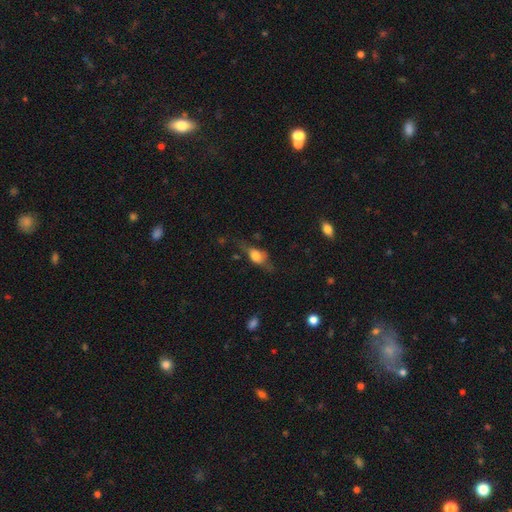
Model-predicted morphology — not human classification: This is possibly a smooth galaxy (59%). How rounded: likely in between (73%). Merging: marginally none (45%).